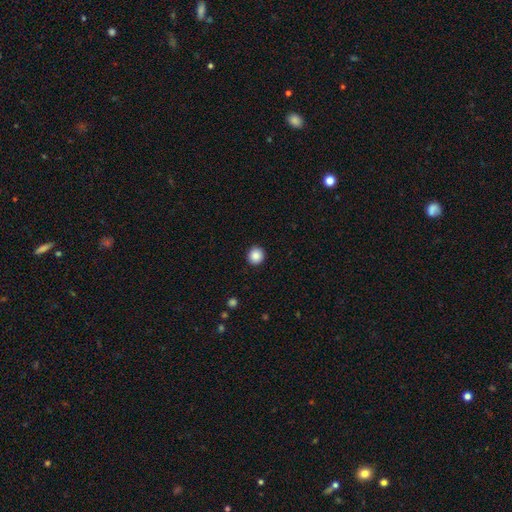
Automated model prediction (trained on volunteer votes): smooth-or-featured: smooth: 88% | star or artifact: 9% | featured or disk: 3%
  how-rounded: round: 91% | in between: 8% | cigar-shaped: 1%
  merging: none: 92% | minor disturbance: 5% | major disturbance: 2% | merger: 1%